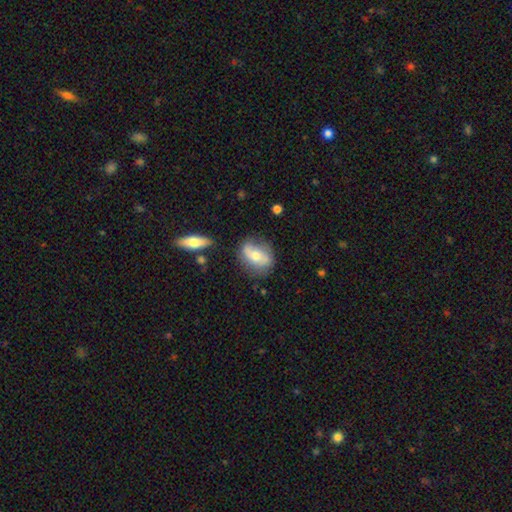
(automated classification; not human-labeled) smooth 48%, featured or disk 44%, star or artifact 7%. Down the decision tree: merging — none (63%).